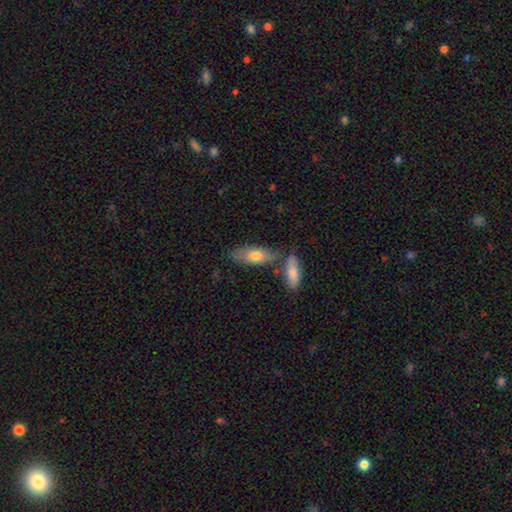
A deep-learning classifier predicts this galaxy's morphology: A smooth galaxy with no disk features (70%) that is in between round and cigar-shaped (72%). Merging: none (63%).